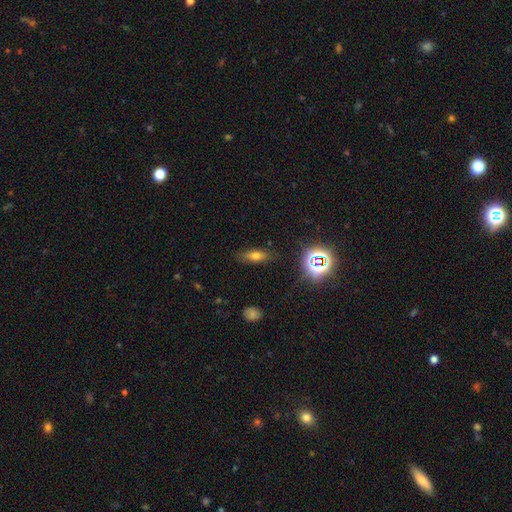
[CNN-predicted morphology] smooth 60%, featured or disk 21%, star or artifact 19%. Down the decision tree: how rounded — in between (62%); merging — none (81%).